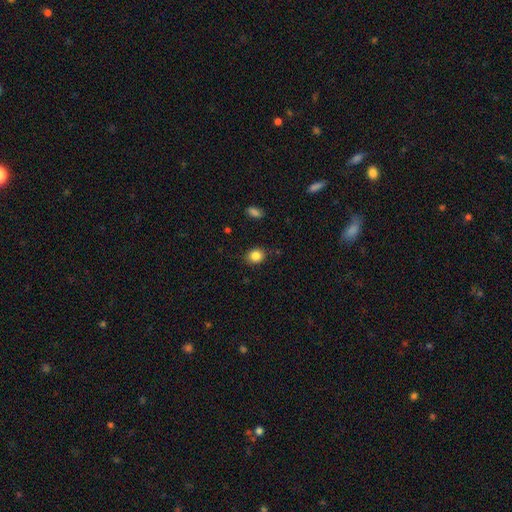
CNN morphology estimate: A smooth galaxy with no disk features (84%) that is round (62%).

Vote fractions:
- Smooth or featured? smooth: 84% / star or artifact: 10% / featured or disk: 5%
- How rounded? round: 62% / in between: 37% / cigar-shaped: 1%
- Merging? none: 85% / minor disturbance: 11% / major disturbance: 3% / merger: 1%